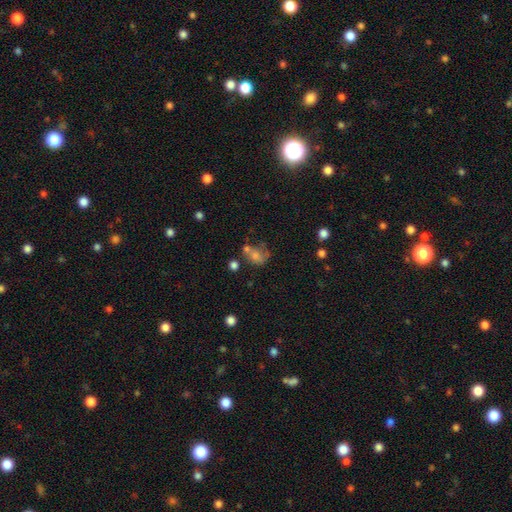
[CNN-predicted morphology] A smooth galaxy with no disk features (59%) that is in between round and cigar-shaped (51%). Merging: none (29%).